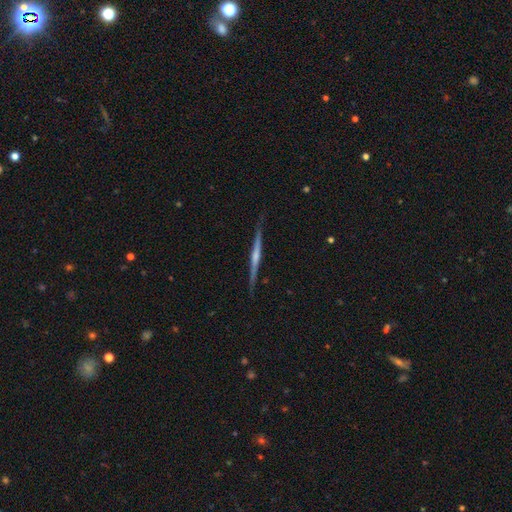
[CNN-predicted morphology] A featured or disk galaxy (72%) viewed edge-on (98%) with a rounded central bulge (48%).

Vote fractions:
- Smooth or featured? featured or disk: 72% / smooth: 22% / star or artifact: 5%
- Edge-on disk? yes: 98% / no: 2%
- Edge-on bulge? rounded: 48% / none: 38% / boxy: 15%
- Merging? none: 88% / minor disturbance: 9% / major disturbance: 2% / merger: 1%